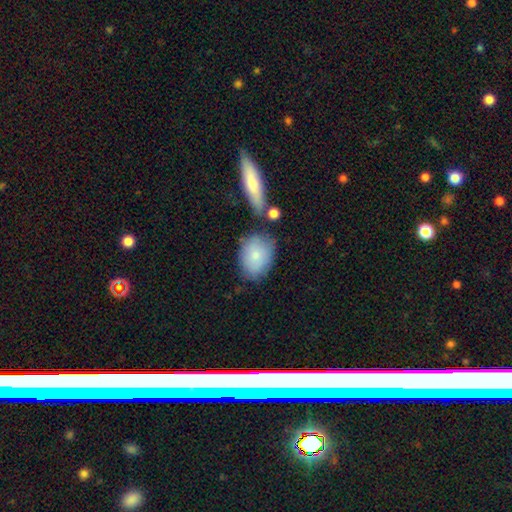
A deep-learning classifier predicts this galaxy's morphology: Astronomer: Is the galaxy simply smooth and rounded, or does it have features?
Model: smooth — 77%.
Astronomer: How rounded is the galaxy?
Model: in between — 68%.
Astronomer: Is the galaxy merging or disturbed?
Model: none — 62%.